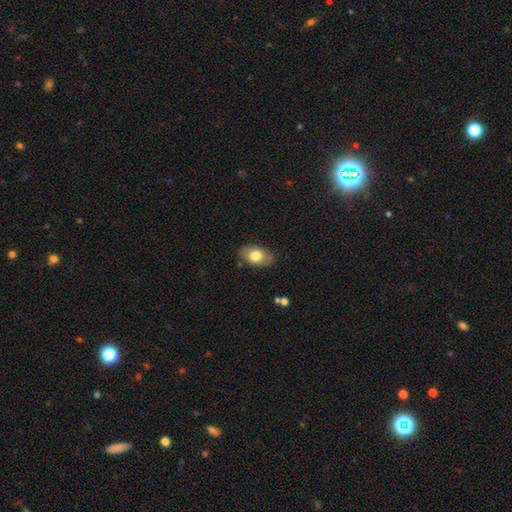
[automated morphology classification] This appears to be a smooth galaxy with no disk features (73%) that is in between round and cigar-shaped (90%). Merging: none (82%).